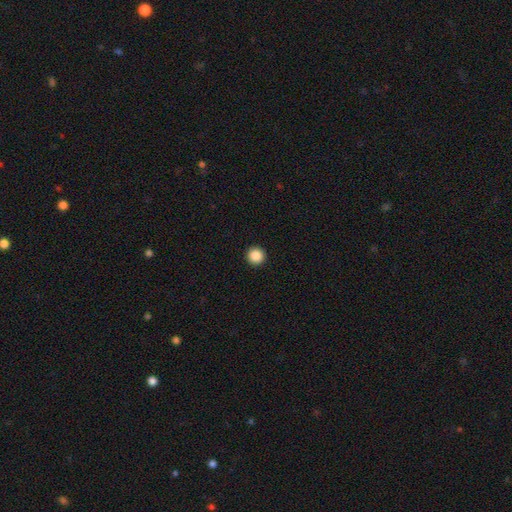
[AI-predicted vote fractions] A smooth galaxy with no disk features (87%) that is round (96%). Merging: none (94%).